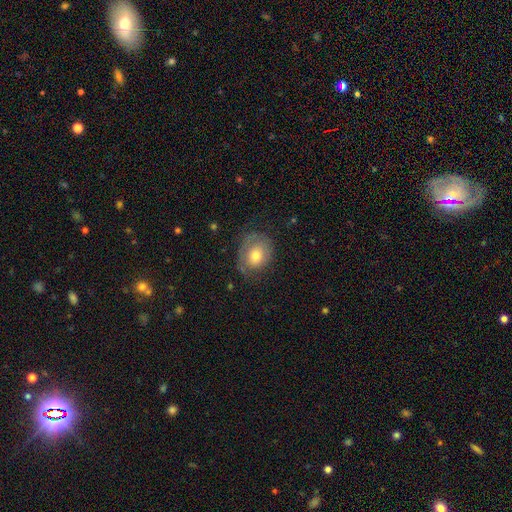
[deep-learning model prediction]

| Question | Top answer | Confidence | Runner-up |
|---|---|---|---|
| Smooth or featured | smooth | 60% | featured or disk (32%) |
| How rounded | in between | 52% | round (47%) |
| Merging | none | 59% | minor disturbance (26%) |